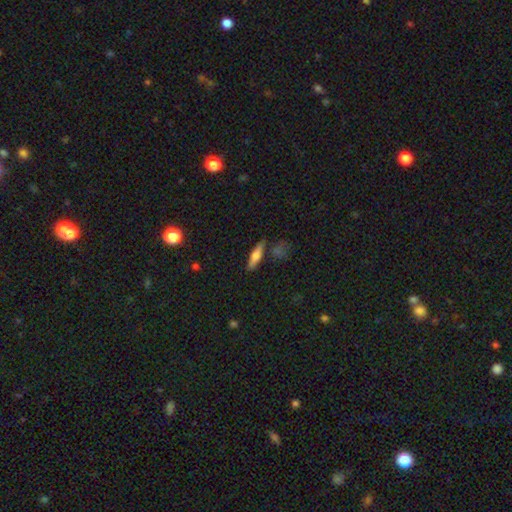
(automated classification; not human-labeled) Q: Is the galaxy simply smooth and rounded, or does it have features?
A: smooth — 60%.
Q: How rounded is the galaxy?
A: cigar-shaped — 65%.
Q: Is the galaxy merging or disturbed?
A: none — 79%.